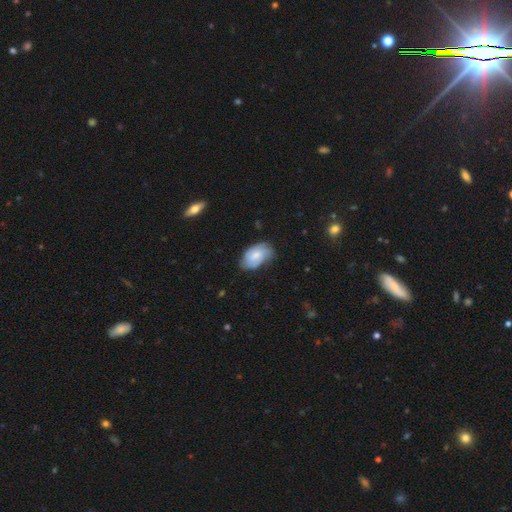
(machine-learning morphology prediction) smooth_or_featured: smooth (p=0.53) [alt: featured or disk p=0.40]
how_rounded: in between (p=0.91) [alt: round p=0.07]
merging: none (p=0.67) [alt: minor disturbance p=0.26]